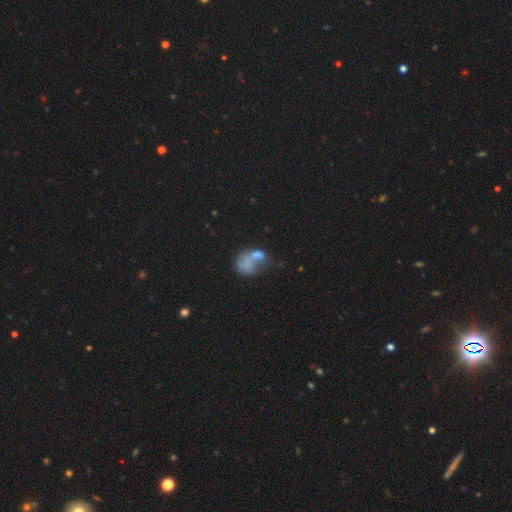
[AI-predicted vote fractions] Smooth or featured? smooth (43%)
Merging? merger (46%)